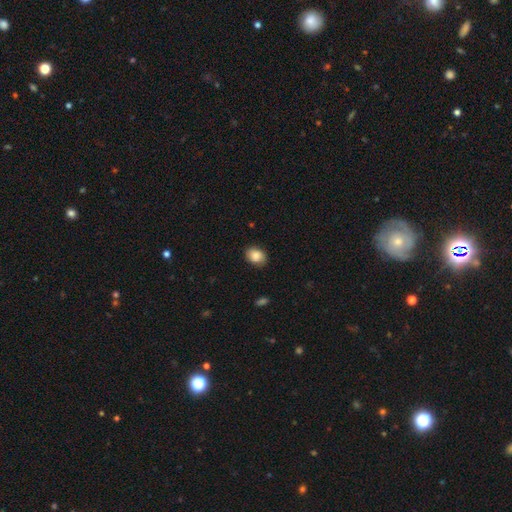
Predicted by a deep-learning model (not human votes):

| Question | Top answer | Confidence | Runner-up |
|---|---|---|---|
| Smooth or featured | smooth | 86% | star or artifact (8%) |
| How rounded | in between | 63% | round (36%) |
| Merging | none | 83% | minor disturbance (13%) |